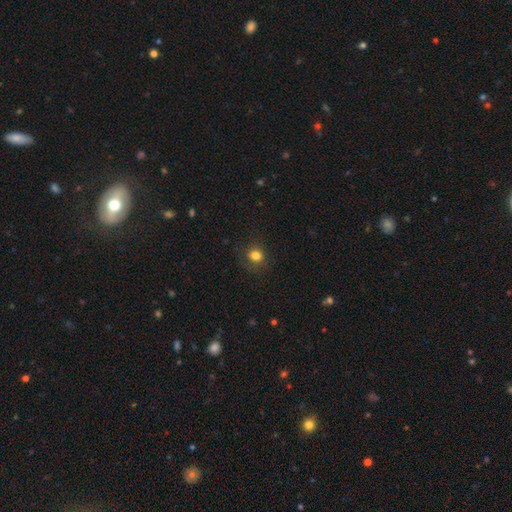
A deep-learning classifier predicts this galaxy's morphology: This appears to be a smooth galaxy with no disk features (80%) that is round (77%). Merging: none (80%).